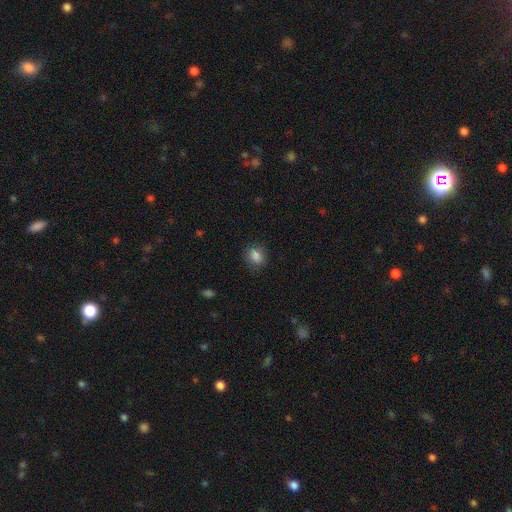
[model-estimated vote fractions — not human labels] smooth-or-featured: smooth: 85% | star or artifact: 10% | featured or disk: 5%
  how-rounded: round: 52% | in between: 47% | cigar-shaped: 1%
  merging: none: 83% | minor disturbance: 13% | major disturbance: 4% | merger: 1%